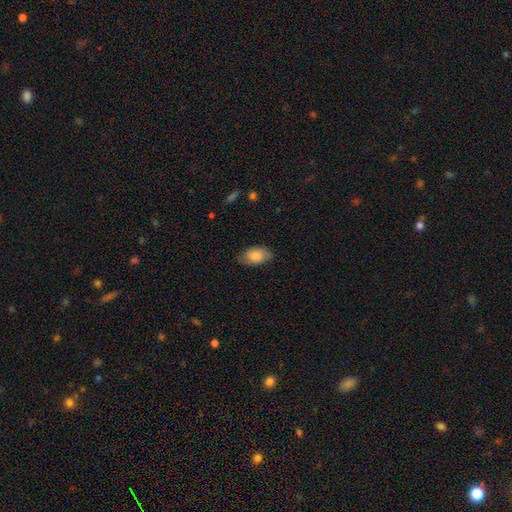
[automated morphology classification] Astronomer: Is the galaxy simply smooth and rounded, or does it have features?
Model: smooth — 68%.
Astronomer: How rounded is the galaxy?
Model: in between — 90%.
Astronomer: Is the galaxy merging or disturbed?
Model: none — 75%.